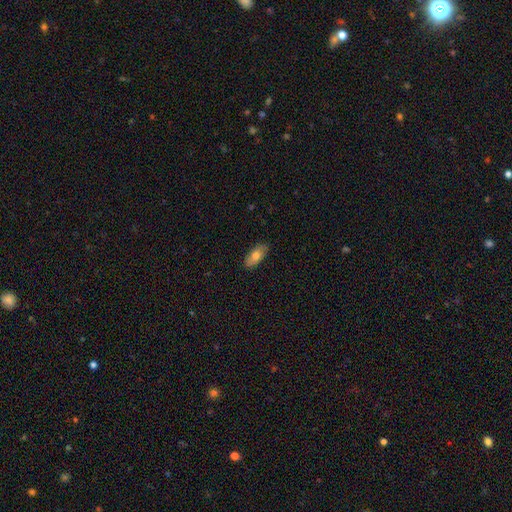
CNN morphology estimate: This appears to be a smooth galaxy with no disk features (72%) that is in between round and cigar-shaped (87%). Merging: none (87%).